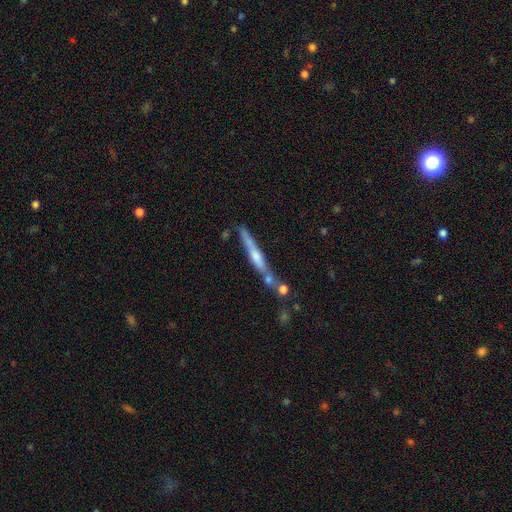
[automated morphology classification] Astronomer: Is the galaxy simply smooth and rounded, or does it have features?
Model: featured or disk — 71%.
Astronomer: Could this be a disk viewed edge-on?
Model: yes — 95%.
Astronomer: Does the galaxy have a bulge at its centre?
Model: rounded — 72%.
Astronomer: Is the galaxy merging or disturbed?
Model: none — 72%.